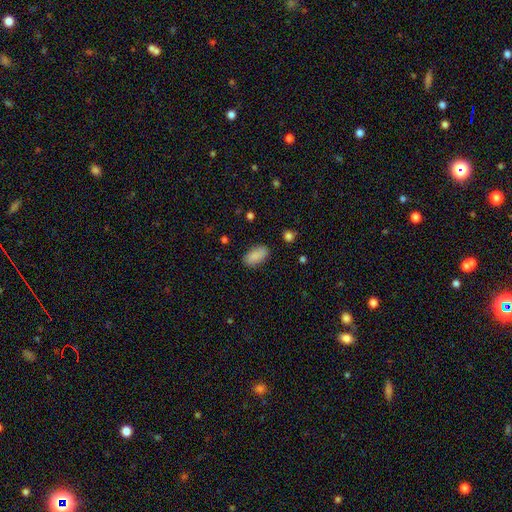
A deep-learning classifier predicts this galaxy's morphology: Smooth or featured? smooth (88%)
How rounded? in between (91%)
Merging? none (86%)